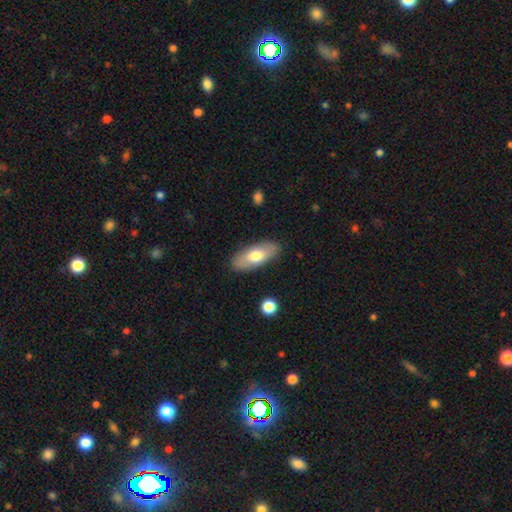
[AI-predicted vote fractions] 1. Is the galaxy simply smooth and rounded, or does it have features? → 68% smooth, 26% featured or disk, 6% star or artifact.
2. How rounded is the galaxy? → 84% in between, 14% cigar-shaped, 3% round.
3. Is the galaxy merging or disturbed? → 87% none, 9% minor disturbance, 2% major disturbance, 1% merger.